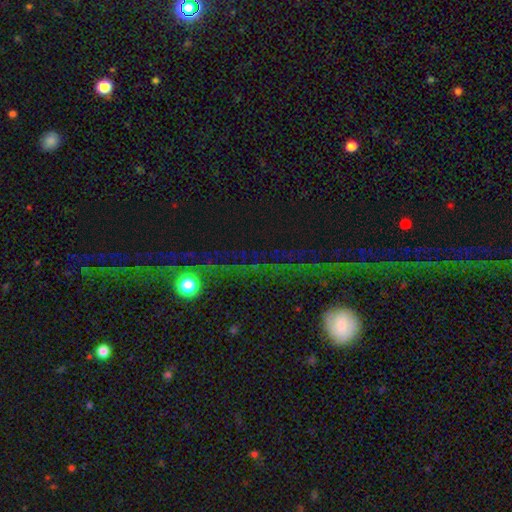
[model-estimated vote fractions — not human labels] Smooth or featured?
  - star or artifact: 78% *
  - smooth: 12%
  - featured or disk: 10%